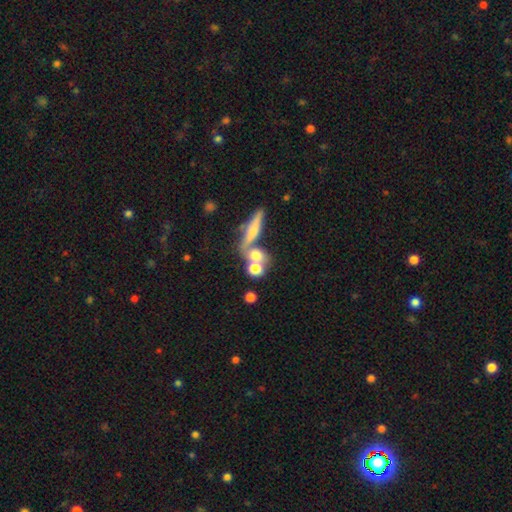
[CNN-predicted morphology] Q: Smooth or featured?
A: smooth (64%); runner-up: featured or disk (23%)
Q: How rounded?
A: round (52%); runner-up: in between (32%)
Q: Merging?
A: merger (45%); runner-up: none (39%)